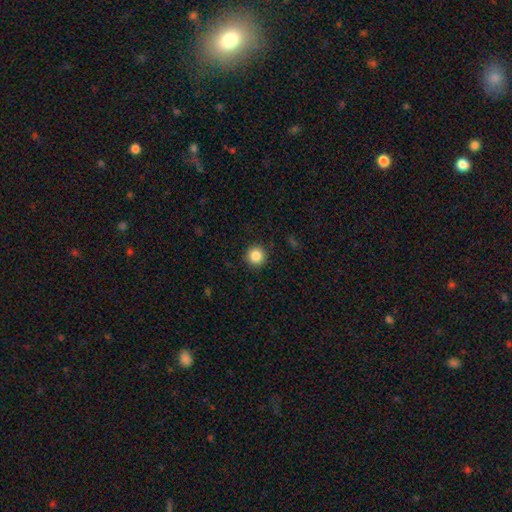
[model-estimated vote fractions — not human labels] smooth-or-featured: smooth: 86% | star or artifact: 10% | featured or disk: 4%
  how-rounded: round: 95% | in between: 4% | cigar-shaped: 1%
  merging: none: 92% | minor disturbance: 5% | major disturbance: 2% | merger: 1%